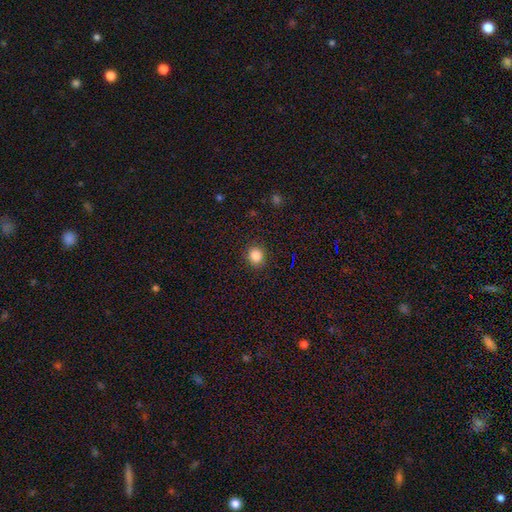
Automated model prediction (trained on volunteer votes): Smooth or featured? smooth (84%)
How rounded? round (86%)
Merging? none (89%)